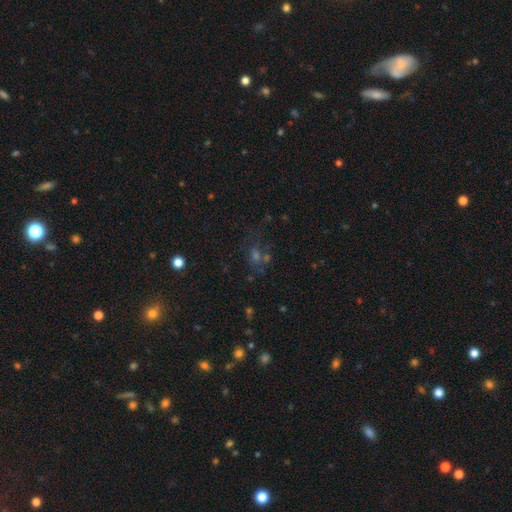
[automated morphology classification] Q: Smooth or featured?
A: star or artifact (42%); runner-up: smooth (36%)